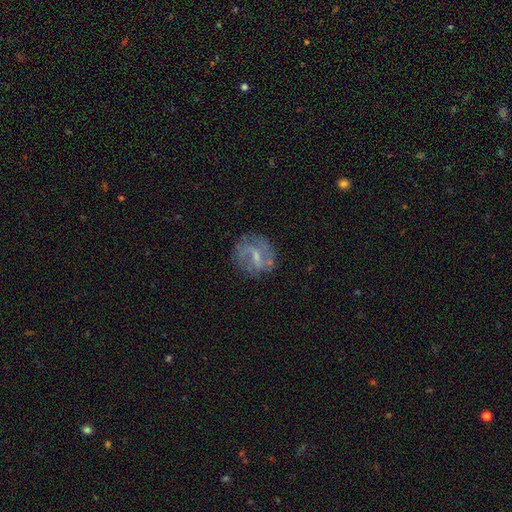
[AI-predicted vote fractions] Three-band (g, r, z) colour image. It shows a featured or disk galaxy (67%) with a weak bar (56%), spiral arms (77%) and a small central bulge (47%). Merging: none (66%).